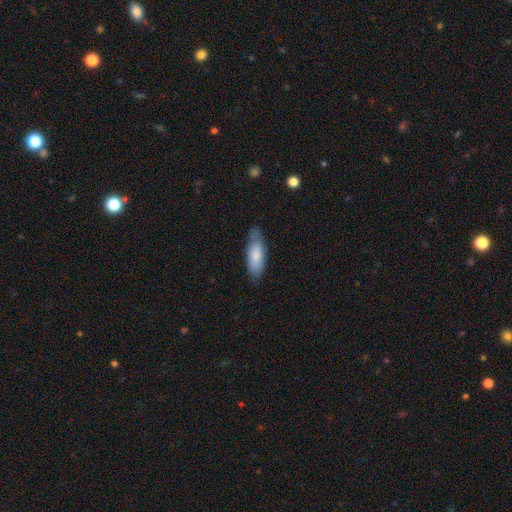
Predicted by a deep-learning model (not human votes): smooth-or-featured: smooth: 78% | featured or disk: 16% | star or artifact: 5%
  how-rounded: in between: 66% | cigar-shaped: 33% | round: 2%
  merging: none: 75% | minor disturbance: 20% | major disturbance: 4% | merger: 1%